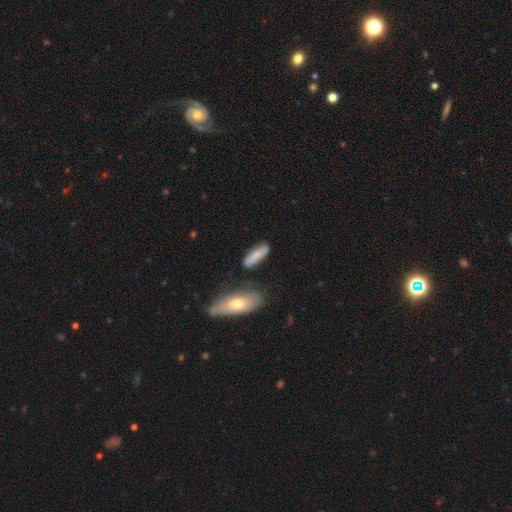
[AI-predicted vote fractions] Smooth or featured? smooth (76%)
How rounded? cigar-shaped (53%)
Merging? none (72%)